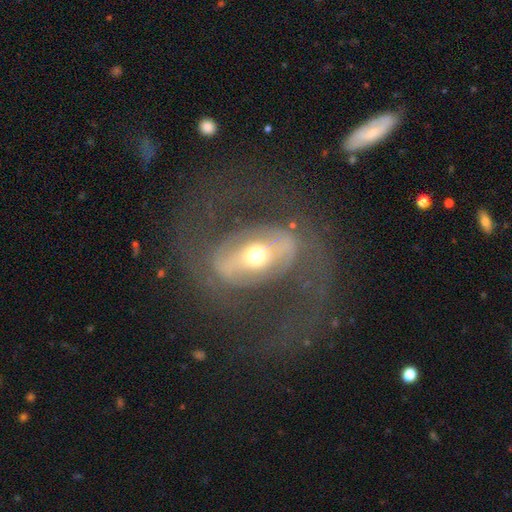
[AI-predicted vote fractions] Smooth or featured? featured or disk (73%)
Edge-on disk? no (93%)
Bar? strong (37%)
Spiral arms? yes (61%)
Bulge size? moderate (70%)
Merging? none (57%)